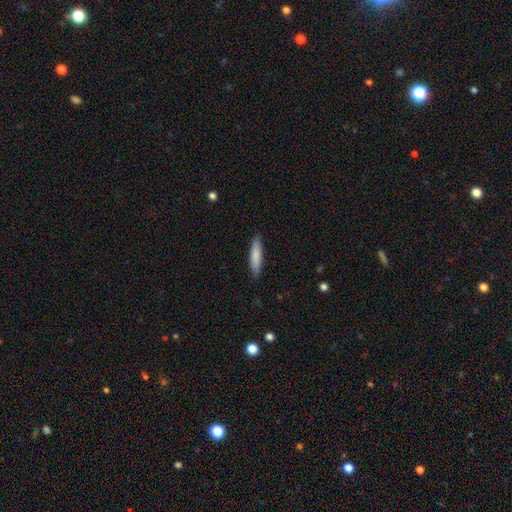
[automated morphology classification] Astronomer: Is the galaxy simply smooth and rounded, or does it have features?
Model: smooth — 83%.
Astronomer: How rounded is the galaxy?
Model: cigar-shaped — 77%.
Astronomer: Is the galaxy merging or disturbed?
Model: none — 88%.